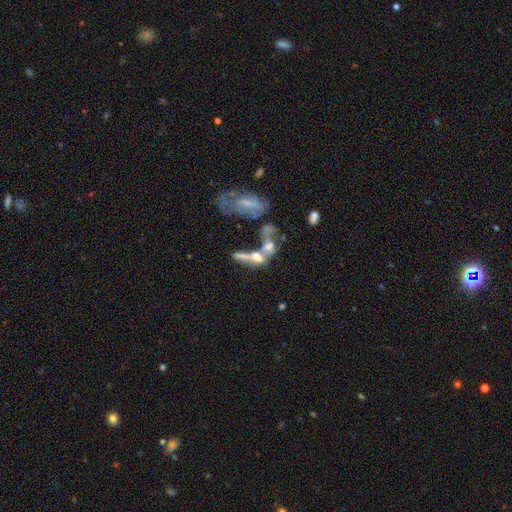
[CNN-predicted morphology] Overall: featured or disk (49%; smooth 37%). Merging: merger (62%).